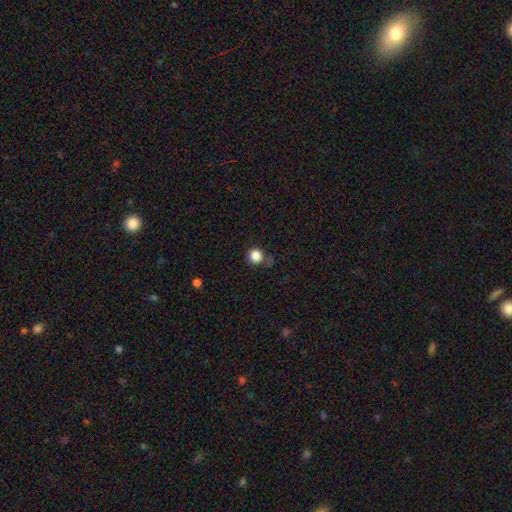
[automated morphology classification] smooth_or_featured: smooth (p=0.85) [alt: star or artifact p=0.11]
how_rounded: round (p=0.95) [alt: in between p=0.04]
merging: none (p=0.78) [alt: minor disturbance p=0.14]